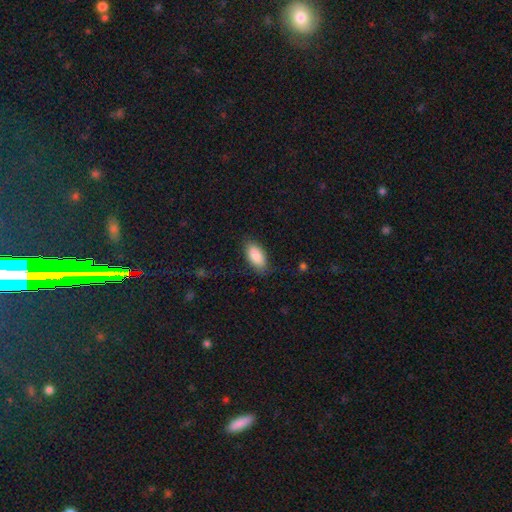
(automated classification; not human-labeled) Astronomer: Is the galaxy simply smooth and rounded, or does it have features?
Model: smooth — 88%.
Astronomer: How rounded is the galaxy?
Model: in between — 92%.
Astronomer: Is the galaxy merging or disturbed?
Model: none — 81%.